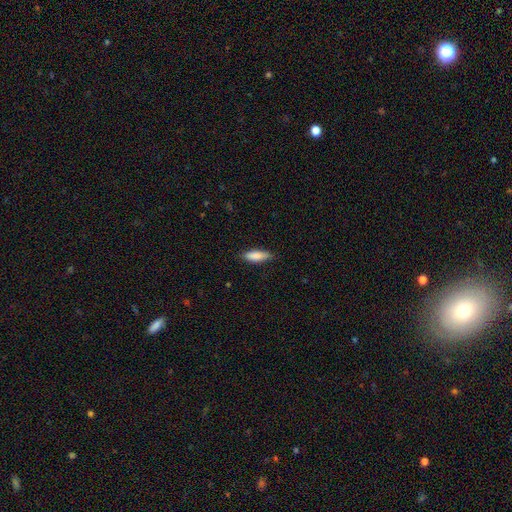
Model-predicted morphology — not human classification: Overall: smooth (84%). How rounded: in between (54%; cigar-shaped 44%). Merging: none (81%).